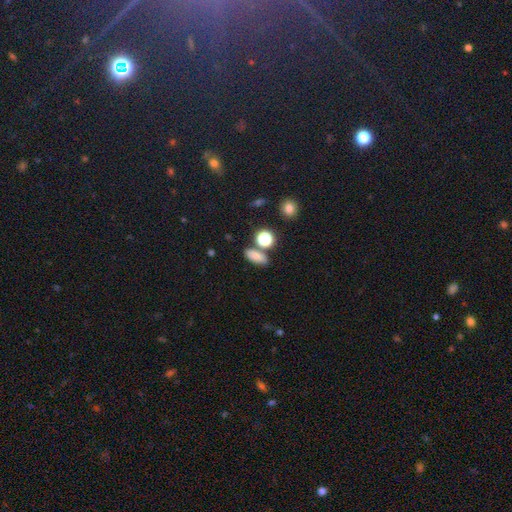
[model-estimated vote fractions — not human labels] Q: Smooth or featured?
A: smooth (77%); runner-up: star or artifact (15%)
Q: How rounded?
A: in between (74%); runner-up: round (15%)
Q: Merging?
A: none (73%); runner-up: merger (12%)